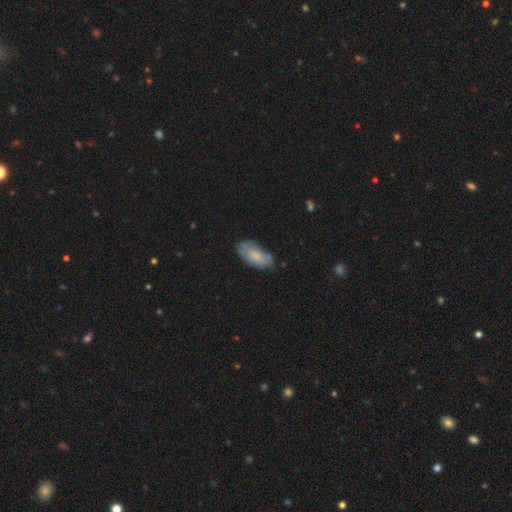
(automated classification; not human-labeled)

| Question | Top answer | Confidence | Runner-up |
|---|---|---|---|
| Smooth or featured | smooth | 73% | featured or disk (20%) |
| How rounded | in between | 92% | cigar-shaped (6%) |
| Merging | none | 64% | minor disturbance (27%) |